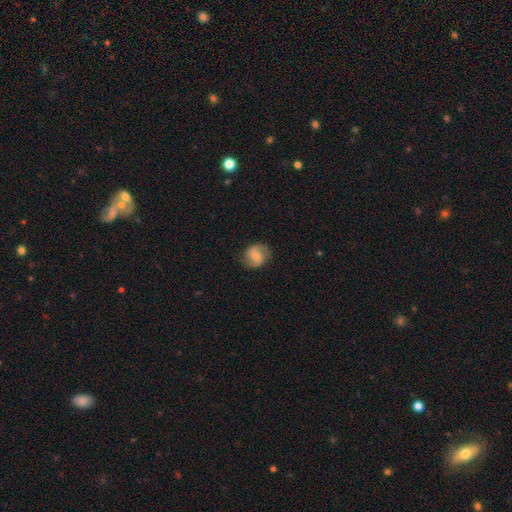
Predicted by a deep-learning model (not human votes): Smooth or featured? featured or disk (69%)
Edge-on disk? no (98%)
Bar? no (50%)
Spiral arms? yes (94%)
Spiral winding? medium (51%)
Spiral arm count? 2 (91%)
Bulge size? small (46%)
Merging? none (83%)